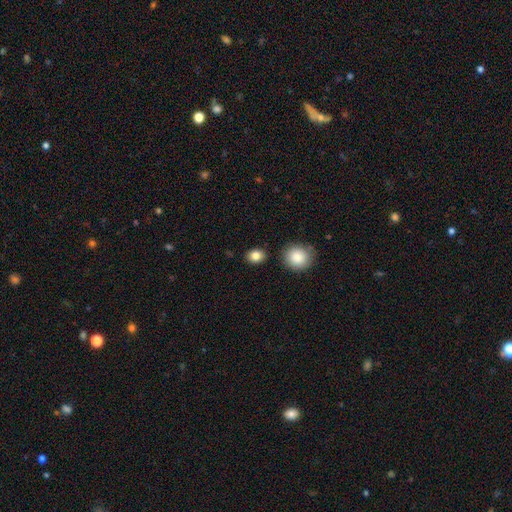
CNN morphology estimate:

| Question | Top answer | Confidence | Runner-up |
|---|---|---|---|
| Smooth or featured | smooth | 84% | star or artifact (10%) |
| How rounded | round | 51% | in between (48%) |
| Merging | none | 85% | minor disturbance (8%) |